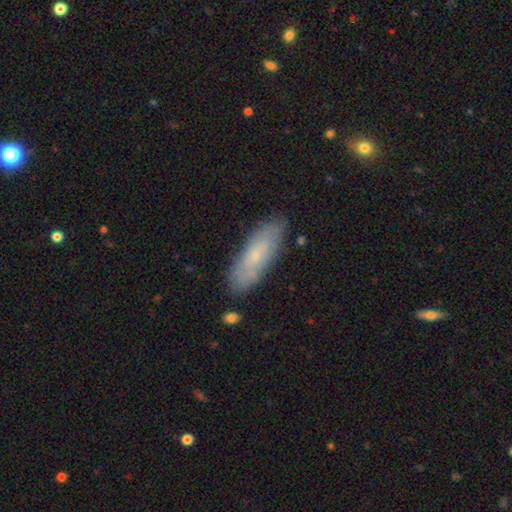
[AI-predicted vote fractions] Q: Smooth or featured?
A: smooth (58%); runner-up: featured or disk (35%)
Q: How rounded?
A: in between (56%); runner-up: cigar-shaped (43%)
Q: Merging?
A: none (82%); runner-up: minor disturbance (14%)